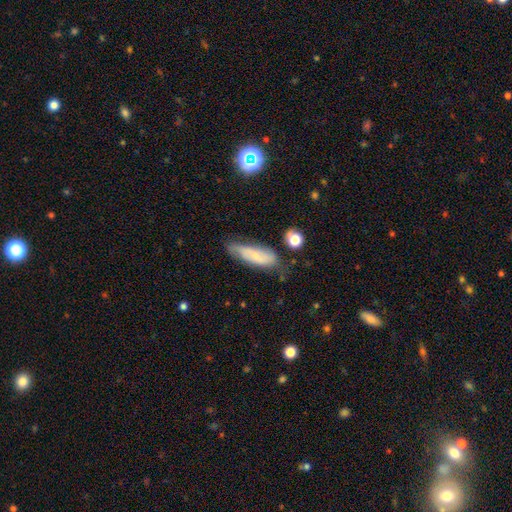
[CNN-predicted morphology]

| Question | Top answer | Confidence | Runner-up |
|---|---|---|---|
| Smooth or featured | smooth | 59% | featured or disk (33%) |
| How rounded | in between | 54% | cigar-shaped (43%) |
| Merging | none | 55% | minor disturbance (31%) |